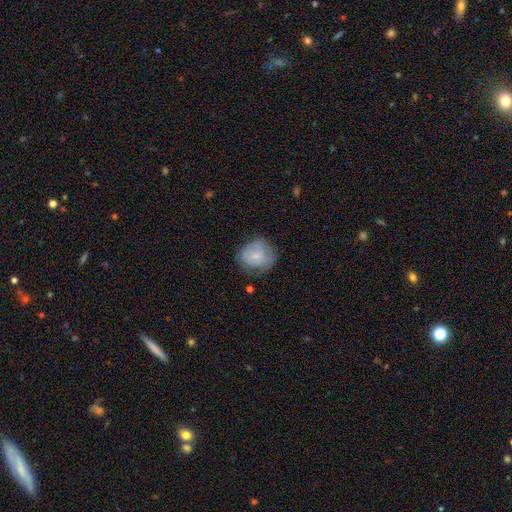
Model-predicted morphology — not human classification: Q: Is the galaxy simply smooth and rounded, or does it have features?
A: smooth — 68%.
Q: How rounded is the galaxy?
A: round — 73%.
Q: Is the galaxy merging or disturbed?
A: none — 63%.